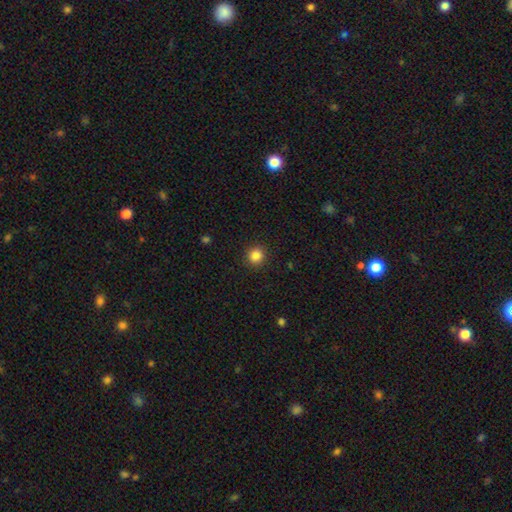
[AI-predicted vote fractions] Smooth or featured? Predicted: smooth (p=0.85). How rounded? Predicted: round (p=0.91). Merging? Predicted: none (p=0.91).